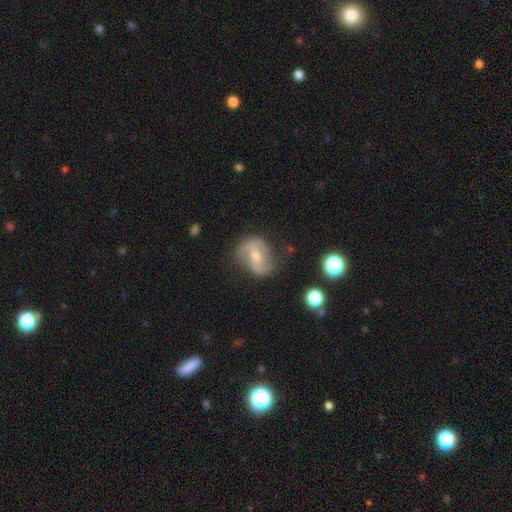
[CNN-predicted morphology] The model was most divided on "spiral winding": medium: 41%, loose: 39%, tight: 20%. Remaining: edge-on disk — no (96%); spiral arm count — 2 (84%); spiral arms — yes (83%); smooth or featured — featured or disk (75%); merging — none (71%); bulge size — moderate (54%); bar — strong (41%).